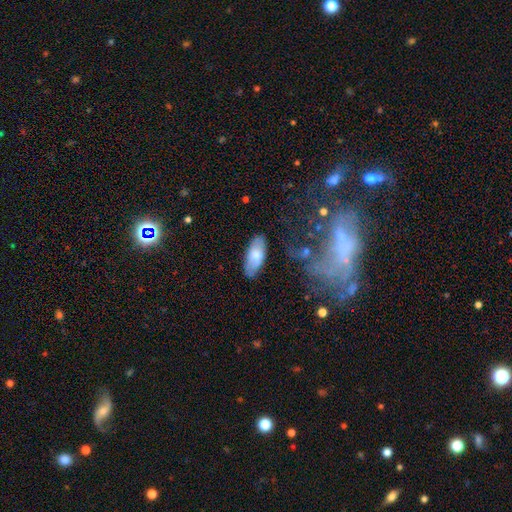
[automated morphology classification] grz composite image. It shows a smooth galaxy with no disk features (71%) that is in between round and cigar-shaped (85%). Merging: none (81%).